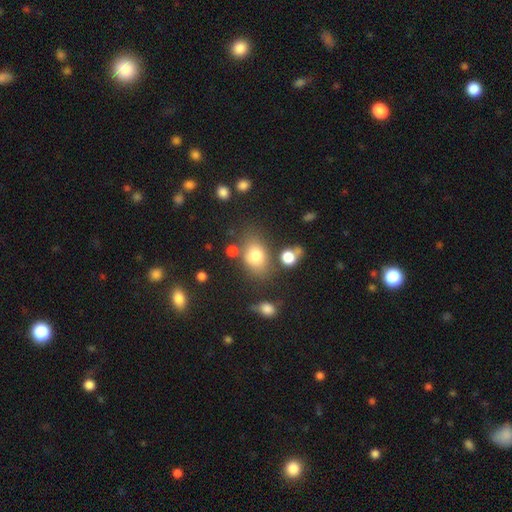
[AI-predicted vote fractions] Smooth or featured: smooth — 77% (featured or disk — 12%)
How rounded: in between — 71% (round — 28%)
Merging: none — 68% (minor disturbance — 16%)